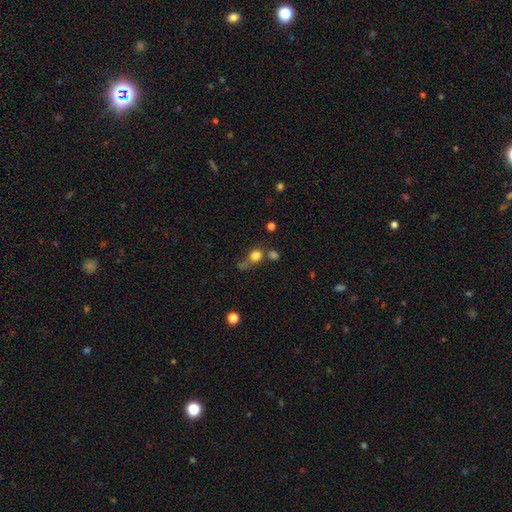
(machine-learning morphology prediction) The model was most divided on "merging": none: 46%, merger: 23%, minor disturbance: 17%, major disturbance: 14%. More confident: smooth or featured — smooth (78%); how rounded — round (73%).